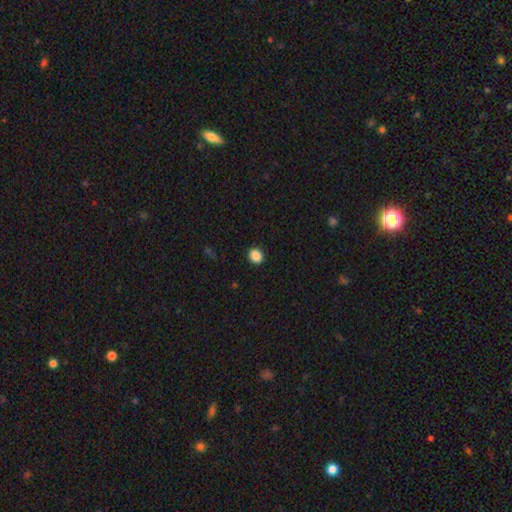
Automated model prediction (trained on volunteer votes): Overall: smooth (87%). How rounded: round (75%). Merging: none (92%).